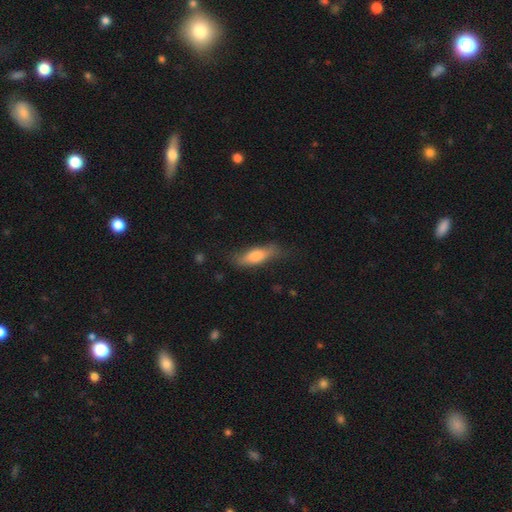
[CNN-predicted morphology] smooth_or_featured: smooth (p=0.66) [alt: featured or disk p=0.27]
how_rounded: in between (p=0.49) [alt: cigar-shaped p=0.48]
merging: none (p=0.67) [alt: minor disturbance p=0.24]